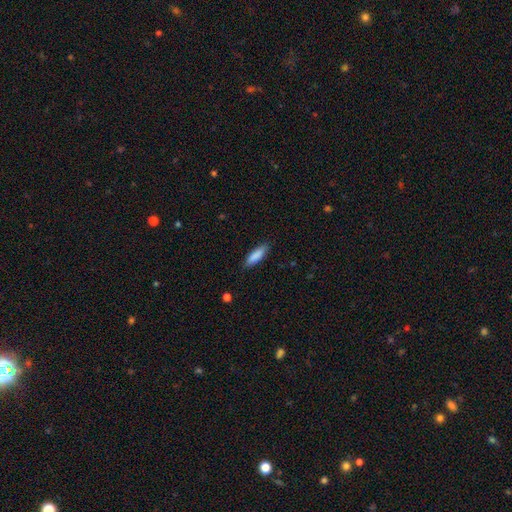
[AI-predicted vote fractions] The model was most divided on "how rounded": cigar-shaped: 52%, in between: 46%, round: 1%. More confident: smooth or featured — smooth (87%); merging — none (85%).